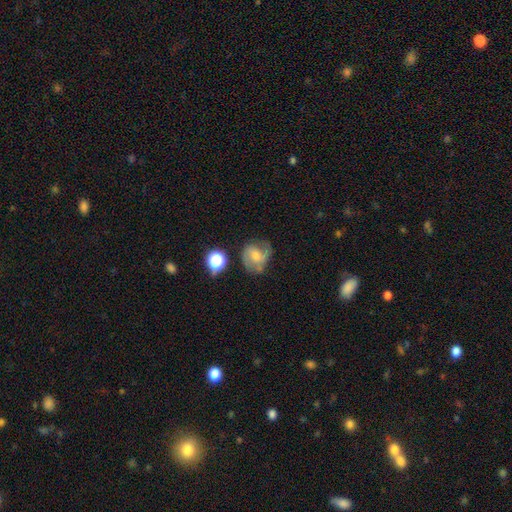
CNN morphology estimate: This appears to be a featured or disk galaxy (65%) with a weak bar (45%), 2 (78%) medium (50%) spiral arms (91%) and a small central bulge (44%). Merging: none (59%).